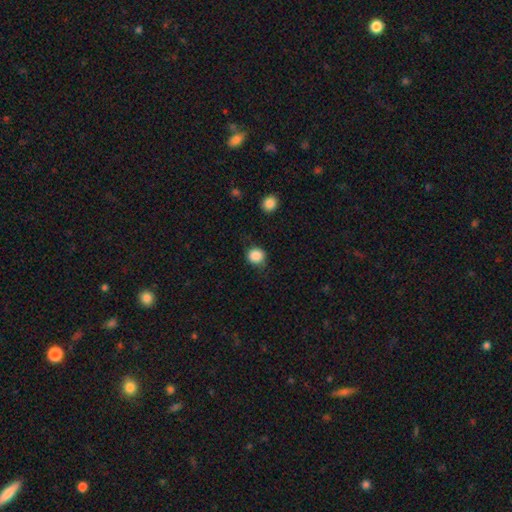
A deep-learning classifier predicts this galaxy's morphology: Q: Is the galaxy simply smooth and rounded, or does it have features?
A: smooth — 87%.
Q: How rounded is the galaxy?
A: round — 86%.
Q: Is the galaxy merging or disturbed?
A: none — 78%.